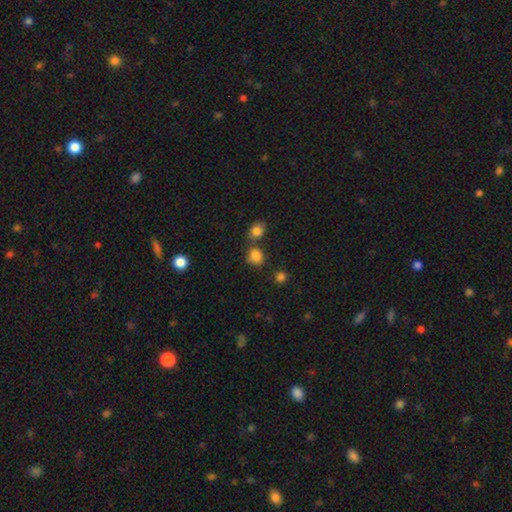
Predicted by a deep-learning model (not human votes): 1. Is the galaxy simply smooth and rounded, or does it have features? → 82% smooth, 13% star or artifact, 5% featured or disk.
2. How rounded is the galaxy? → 71% round, 27% in between, 1% cigar-shaped.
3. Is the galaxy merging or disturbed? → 63% none, 21% merger, 12% minor disturbance, 4% major disturbance.